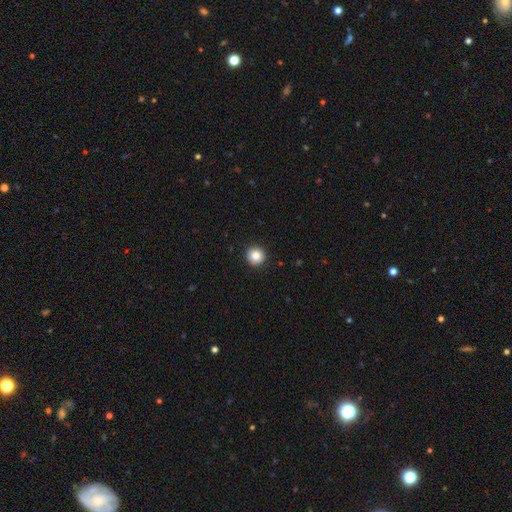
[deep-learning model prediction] Smooth or featured?
  - smooth: 85% *
  - star or artifact: 9%
  - featured or disk: 5%
How rounded?
  - round: 95% *
  - in between: 4%
  - cigar-shaped: 1%
Merging?
  - none: 93% *
  - minor disturbance: 5%
  - major disturbance: 2%
  - merger: 1%